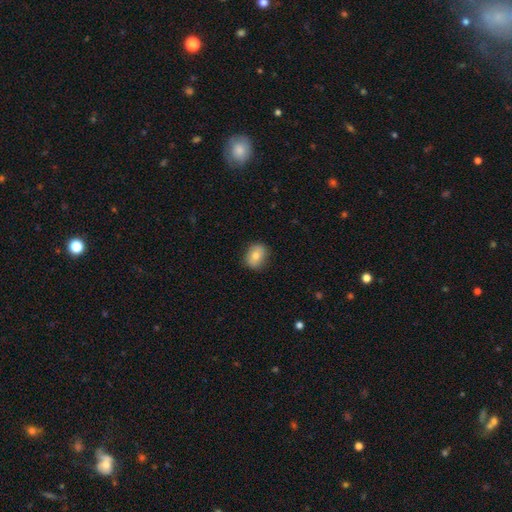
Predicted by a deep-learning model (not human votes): This appears to be a smooth galaxy with no disk features (76%) that is in between round and cigar-shaped (54%). Merging: none (84%).